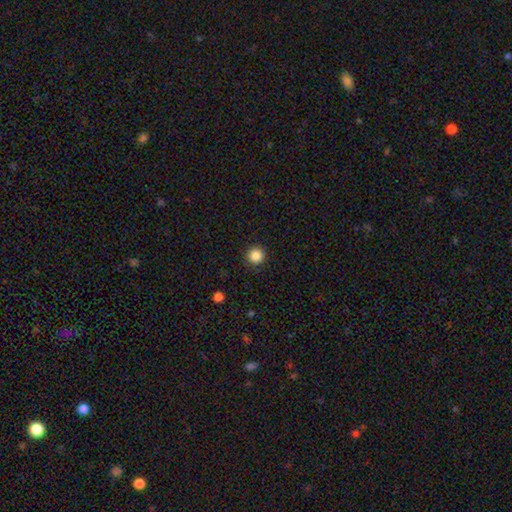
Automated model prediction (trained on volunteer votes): smooth-or-featured: smooth: 87% | star or artifact: 10% | featured or disk: 3%
  how-rounded: round: 96% | in between: 3% | cigar-shaped: 1%
  merging: none: 92% | minor disturbance: 5% | major disturbance: 2% | merger: 1%